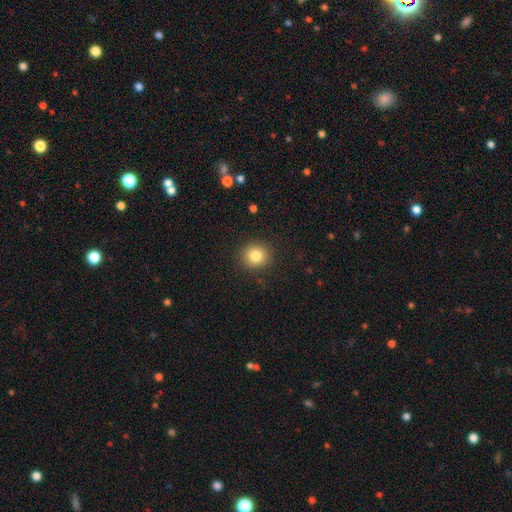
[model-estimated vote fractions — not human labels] Morphology: type=smooth (83%); roundness=round (89%); merging=none (90%).